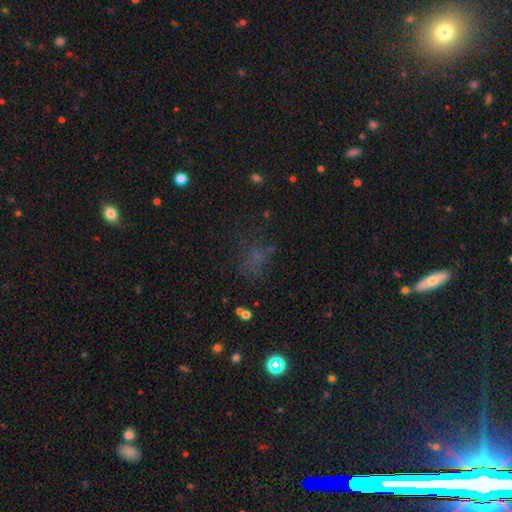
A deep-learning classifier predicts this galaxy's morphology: This is marginally a smooth galaxy (43%). Merging: likely none (63%).